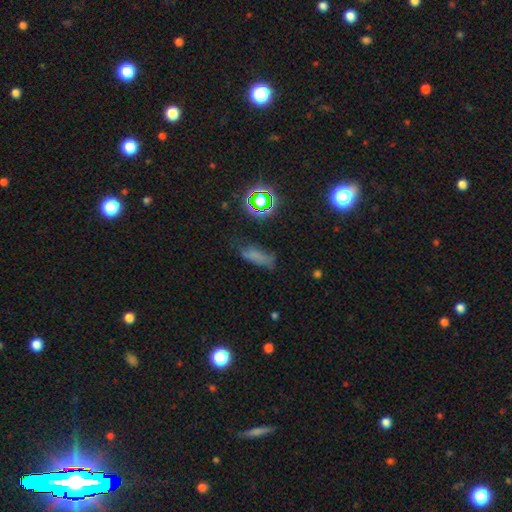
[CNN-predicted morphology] Overall: smooth (63%; star or artifact 23%). How rounded: in between (49%; cigar-shaped 45%). Merging: none (57%; minor disturbance 26%).